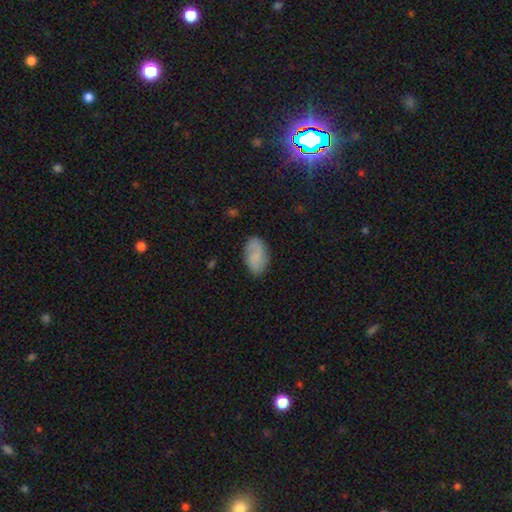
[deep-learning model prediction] This is likely a smooth galaxy (68%). How rounded: clearly in between (92%). Merging: likely none (78%).